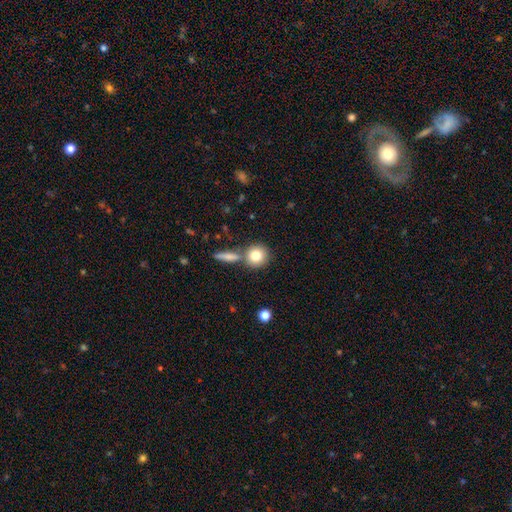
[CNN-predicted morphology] This is clearly a smooth galaxy (82%). How rounded: clearly round (87%). Merging: likely none (66%).